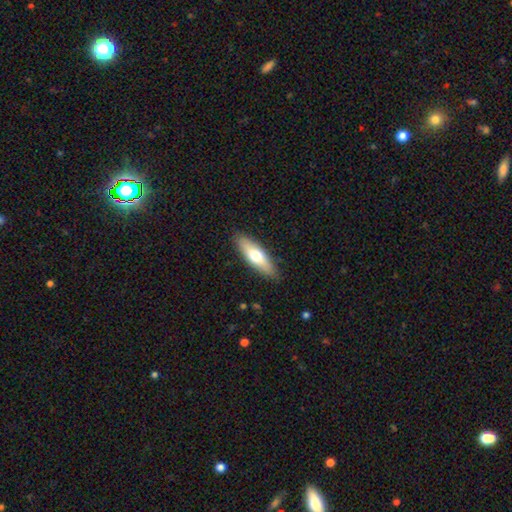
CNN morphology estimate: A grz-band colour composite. It shows a smooth galaxy with no disk features (62%) that is cigar-shaped (50%). Merging: none (88%).